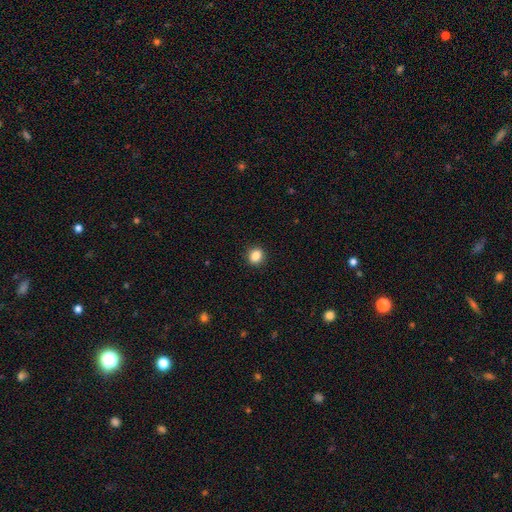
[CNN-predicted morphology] Q: Smooth or featured?
A: smooth (86%); runner-up: star or artifact (10%)
Q: How rounded?
A: round (77%); runner-up: in between (22%)
Q: Merging?
A: none (92%); runner-up: minor disturbance (6%)